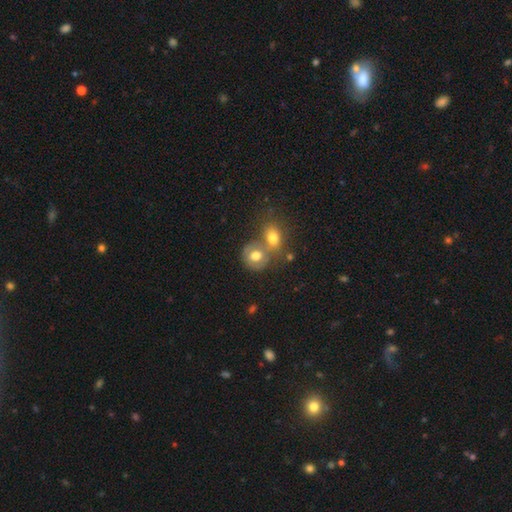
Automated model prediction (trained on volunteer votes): This appears to be a smooth galaxy with no disk features (65%) that is round (67%). Merging: merger (51%).